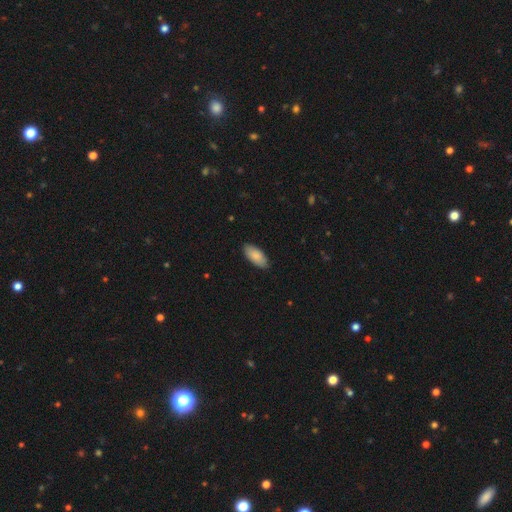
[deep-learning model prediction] Smooth or featured? smooth (87%)
How rounded? in between (90%)
Merging? none (86%)